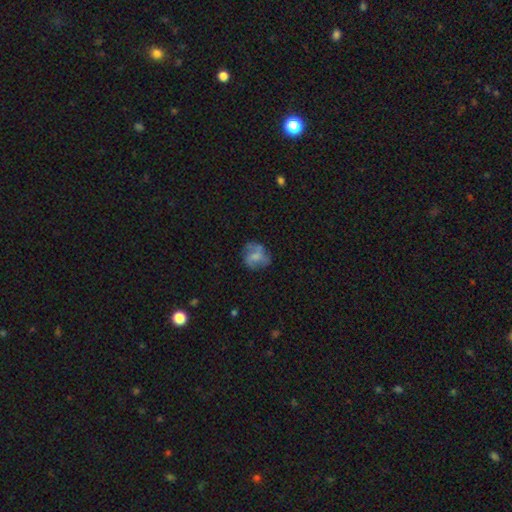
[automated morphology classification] This appears to be a featured or disk galaxy (46%). Merging: none (59%).